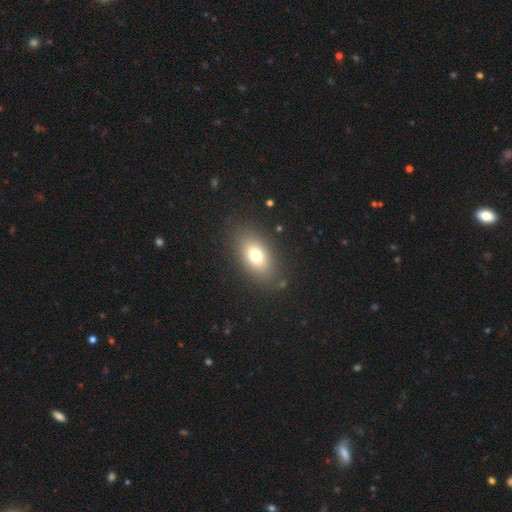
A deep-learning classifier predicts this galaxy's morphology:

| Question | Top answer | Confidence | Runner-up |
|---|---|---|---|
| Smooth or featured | smooth | 73% | featured or disk (16%) |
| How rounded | in between | 85% | round (12%) |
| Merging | none | 84% | minor disturbance (10%) |